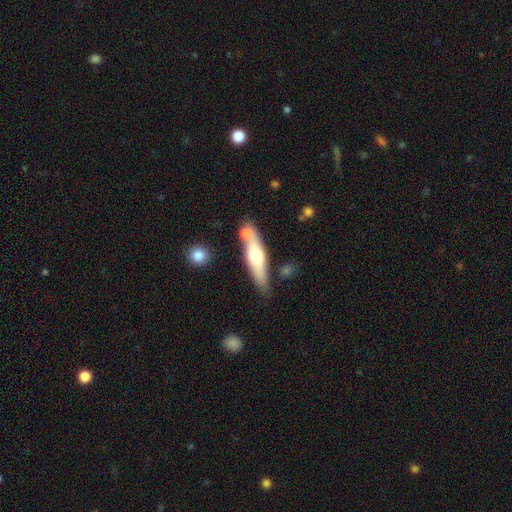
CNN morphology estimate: type=smooth (54%); roundness=cigar-shaped (70%); merging=none (66%).